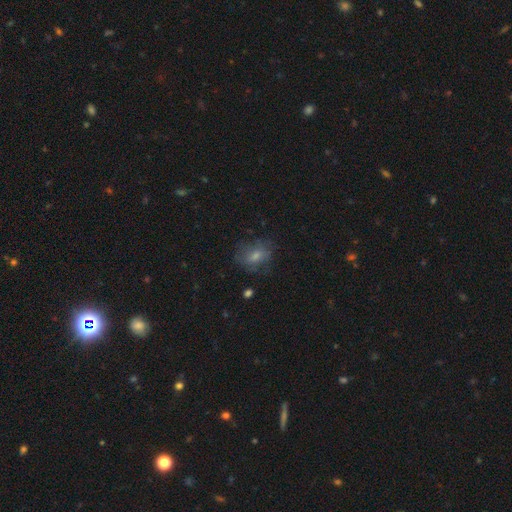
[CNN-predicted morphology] Overall: smooth (61%; featured or disk 28%). How rounded: in between (62%; round 35%). Merging: none (58%; minor disturbance 23%).